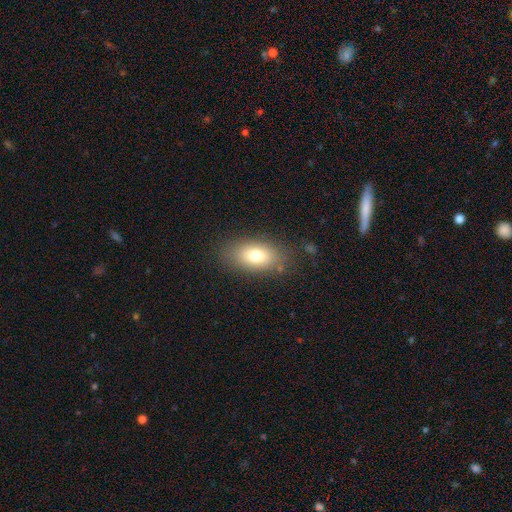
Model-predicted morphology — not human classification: The model was most divided on "smooth or featured": smooth: 75%, featured or disk: 15%, star or artifact: 10%. More confident: how rounded — in between (88%); merging — none (82%).